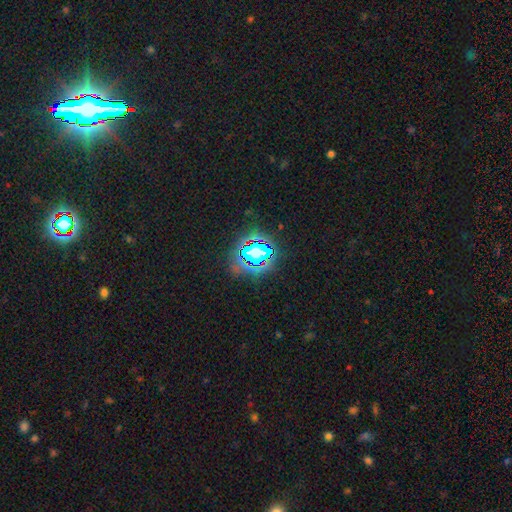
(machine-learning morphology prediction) smooth-or-featured: star or artifact: 83% | smooth: 10% | featured or disk: 7%